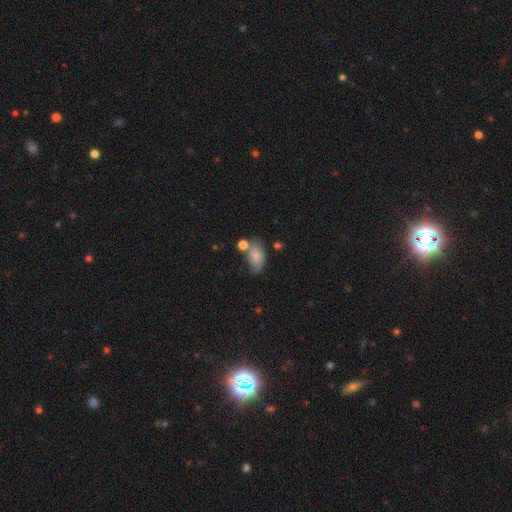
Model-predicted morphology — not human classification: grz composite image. It shows a smooth galaxy with no disk features (74%) that is in between round and cigar-shaped (88%). Merging: none (44%).